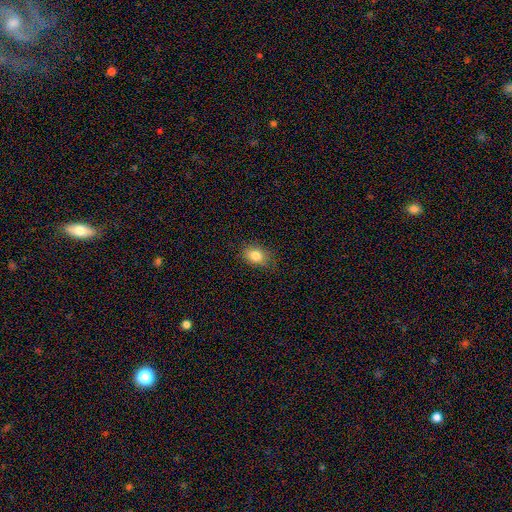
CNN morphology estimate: Overall: smooth (83%). How rounded: in between (71%). Merging: none (79%).